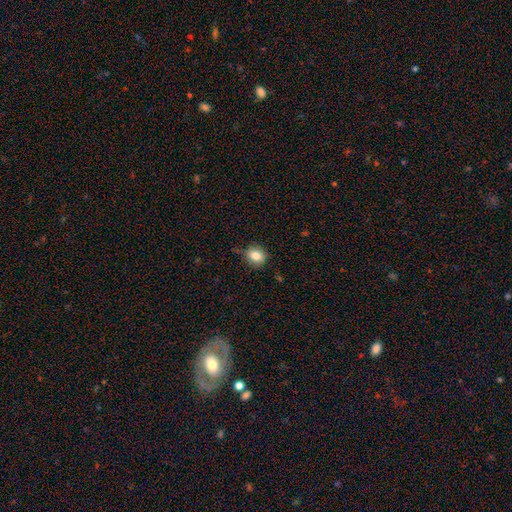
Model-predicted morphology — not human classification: Q: Smooth or featured?
A: smooth (83%); runner-up: star or artifact (10%)
Q: How rounded?
A: round (67%); runner-up: in between (32%)
Q: Merging?
A: none (78%); runner-up: minor disturbance (17%)